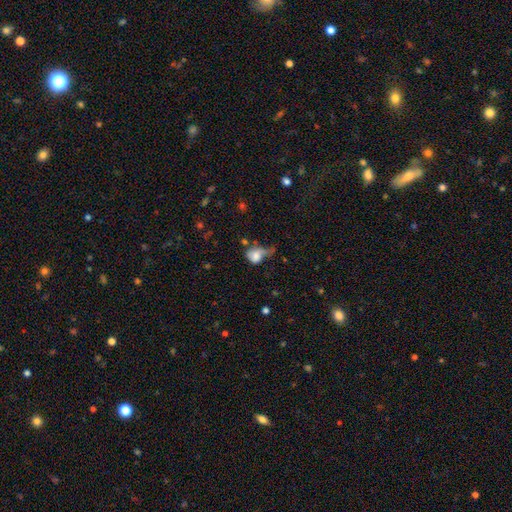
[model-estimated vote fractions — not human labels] Smooth or featured? Predicted: smooth (p=0.66). How rounded? Predicted: in between (p=0.52). Merging? Predicted: major disturbance (p=0.38).